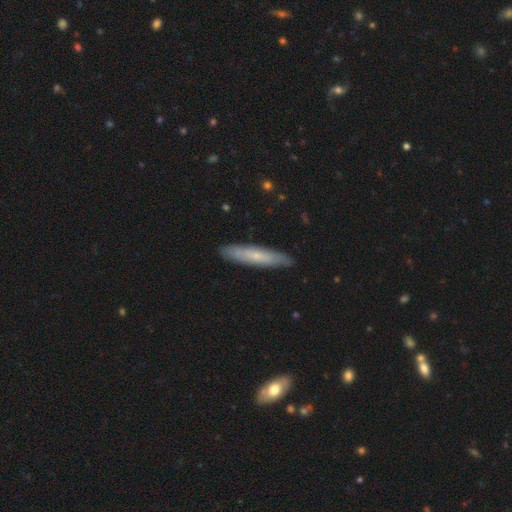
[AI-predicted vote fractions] Smooth or featured: smooth — 54% (featured or disk — 41%)
How rounded: cigar-shaped — 88% (in between — 10%)
Merging: none — 88% (minor disturbance — 9%)